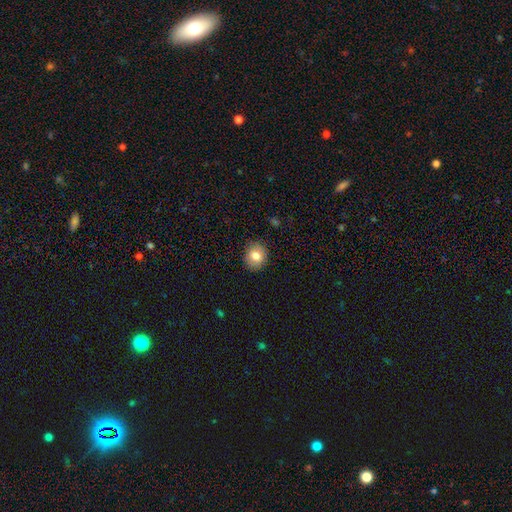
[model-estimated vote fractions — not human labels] The model was most divided on "how rounded": round: 71%, in between: 28%, cigar-shaped: 1%. More confident: merging — none (83%); smooth or featured — smooth (80%).